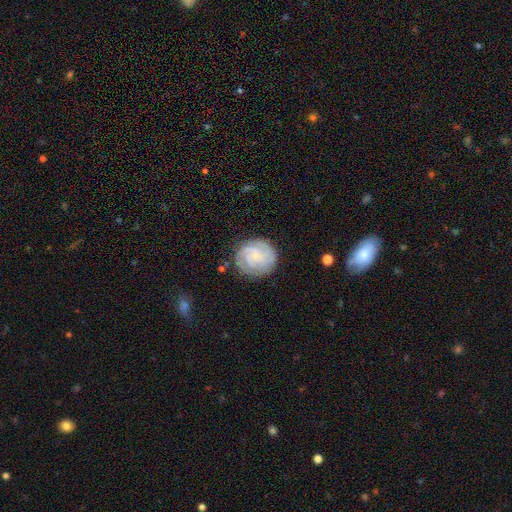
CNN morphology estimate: A featured or disk galaxy (78%) with no bar (74%), 3 (33%) tight (69%) spiral arms (96%) and a small central bulge (82%).

Vote fractions:
- Smooth or featured? featured or disk: 78% / smooth: 15% / star or artifact: 6%
- Edge-on disk? no: 98% / yes: 2%
- Bar? no: 74% / weak: 23% / strong: 4%
- Spiral arms? yes: 96% / no: 4%
- Spiral winding? tight: 69% / medium: 26% / loose: 5%
- Spiral arm count? 3: 33% / can't tell: 22% / 2: 20% / 4: 13% / more than 4: 6% / 1: 6%
- Bulge size? small: 82% / moderate: 12% / none: 4% / large: 1% / dominant: 1%
- Merging? none: 80% / minor disturbance: 14% / major disturbance: 4% / merger: 1%